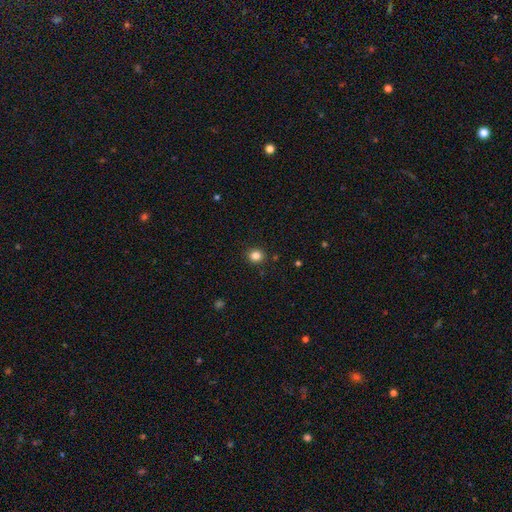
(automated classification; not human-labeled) Q: Smooth or featured?
A: smooth (84%); runner-up: star or artifact (12%)
Q: How rounded?
A: round (85%); runner-up: in between (14%)
Q: Merging?
A: none (91%); runner-up: minor disturbance (6%)